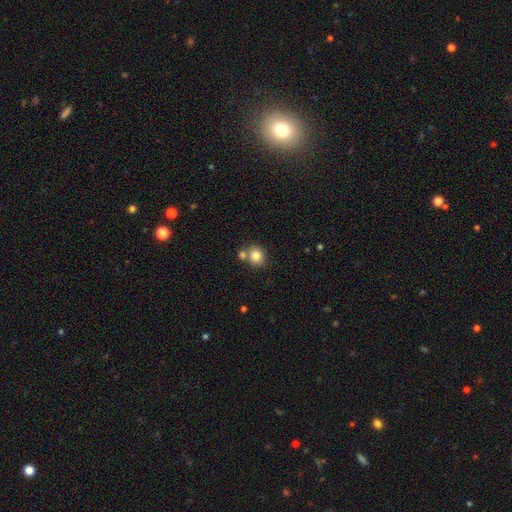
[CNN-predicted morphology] Smooth or featured? smooth (81%)
How rounded? round (81%)
Merging? none (62%)